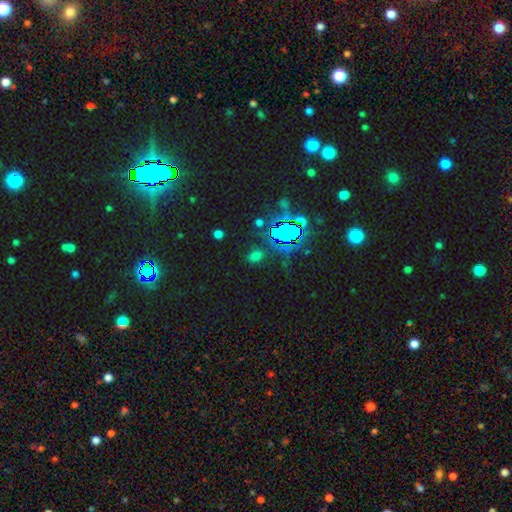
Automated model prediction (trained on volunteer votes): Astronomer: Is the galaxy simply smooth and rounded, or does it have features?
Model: smooth — 46% (runner-up: star or artifact, 45%).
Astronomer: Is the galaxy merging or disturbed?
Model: none — 77%.